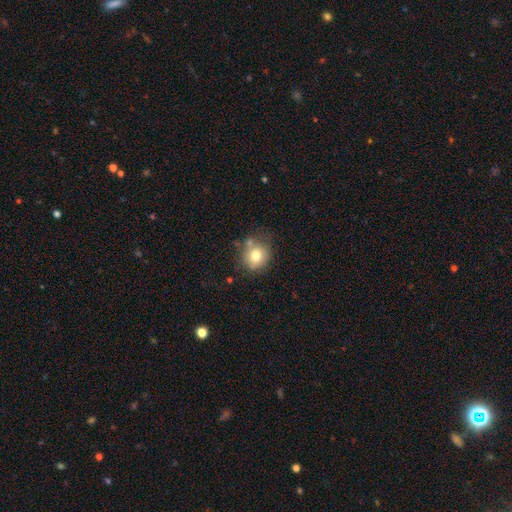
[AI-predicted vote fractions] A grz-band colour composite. It shows a smooth galaxy with no disk features (77%) that is round (80%). Merging: none (64%).